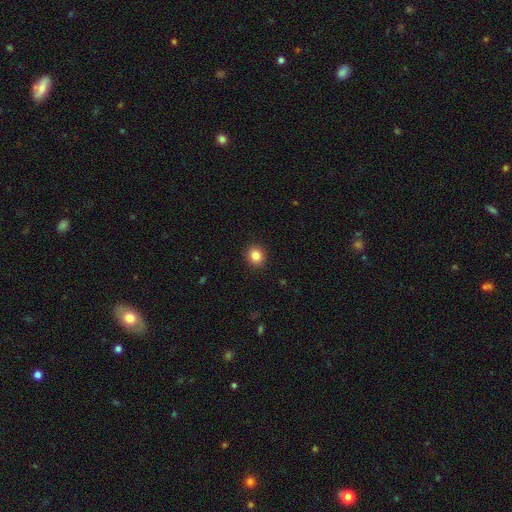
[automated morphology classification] smooth 85%, star or artifact 10%, featured or disk 5%. Down the decision tree: how rounded — round (81%); merging — none (91%).